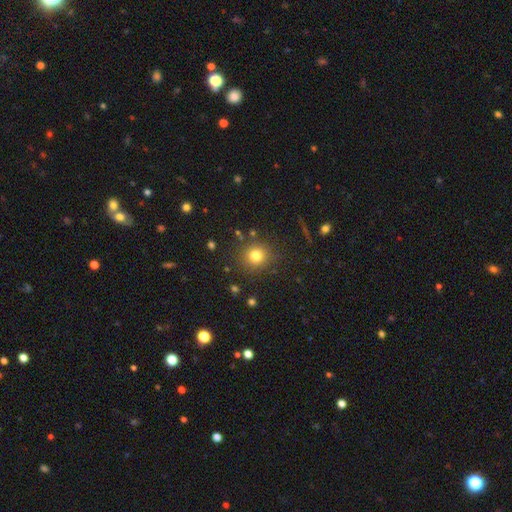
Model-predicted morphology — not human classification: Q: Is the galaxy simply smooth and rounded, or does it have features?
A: smooth — 78%.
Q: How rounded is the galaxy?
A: round — 91%.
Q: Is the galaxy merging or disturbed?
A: none — 87%.